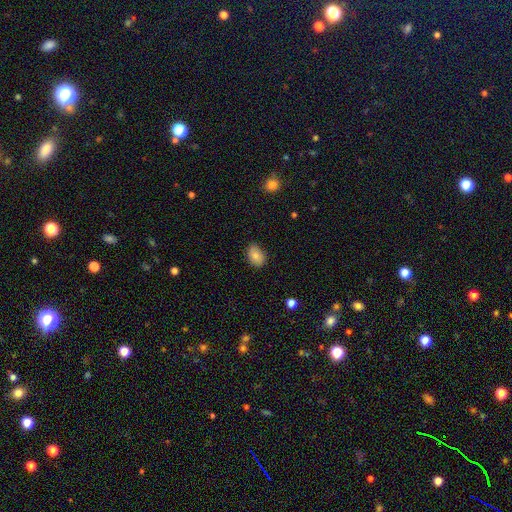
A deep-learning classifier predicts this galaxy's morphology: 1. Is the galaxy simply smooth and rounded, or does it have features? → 81% smooth, 11% featured or disk, 8% star or artifact.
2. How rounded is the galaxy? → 81% in between, 18% round, 1% cigar-shaped.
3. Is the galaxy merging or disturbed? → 82% none, 15% minor disturbance, 3% major disturbance, 1% merger.